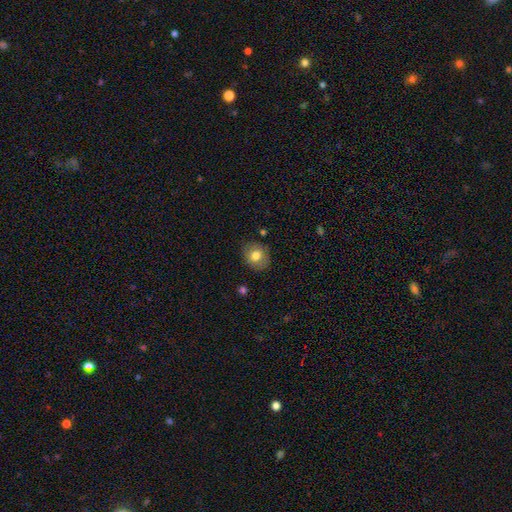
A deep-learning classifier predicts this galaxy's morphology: Q: Smooth or featured?
A: smooth (77%); runner-up: featured or disk (14%)
Q: How rounded?
A: round (65%); runner-up: in between (34%)
Q: Merging?
A: none (84%); runner-up: minor disturbance (12%)